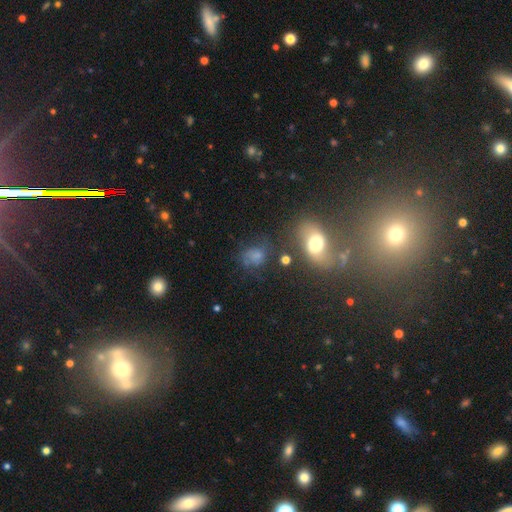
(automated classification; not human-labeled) smooth 50%, star or artifact 25%, featured or disk 25%. Down the decision tree: merging — none (56%).